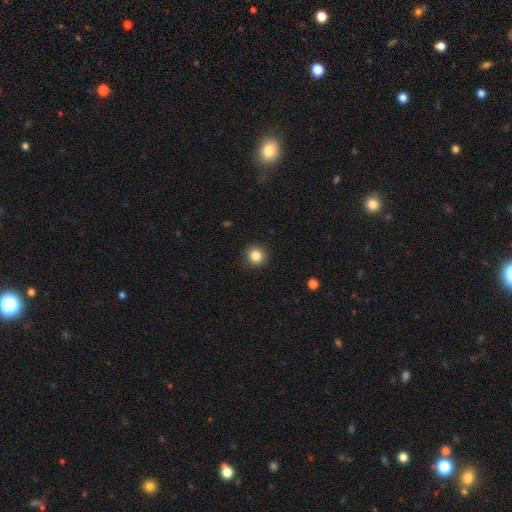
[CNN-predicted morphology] Overall: smooth (84%). How rounded: round (91%). Merging: none (91%).